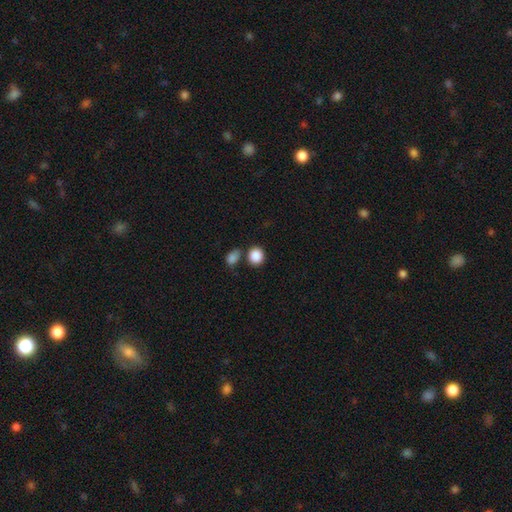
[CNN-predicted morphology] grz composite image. It shows a smooth galaxy with no disk features (88%) that is round (79%). Merging: none (68%).